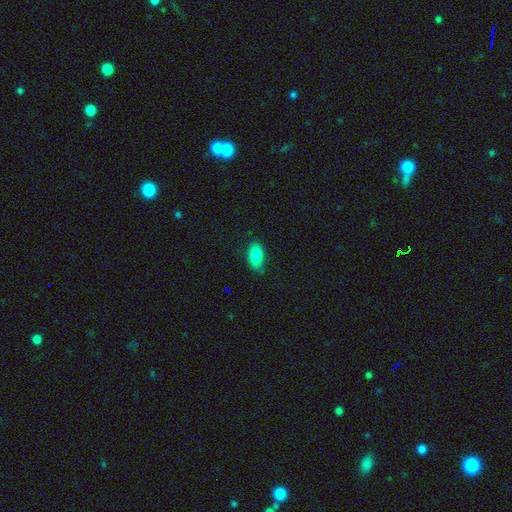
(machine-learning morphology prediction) This is clearly a smooth galaxy (82%). How rounded: clearly in between (90%). Merging: clearly none (80%).